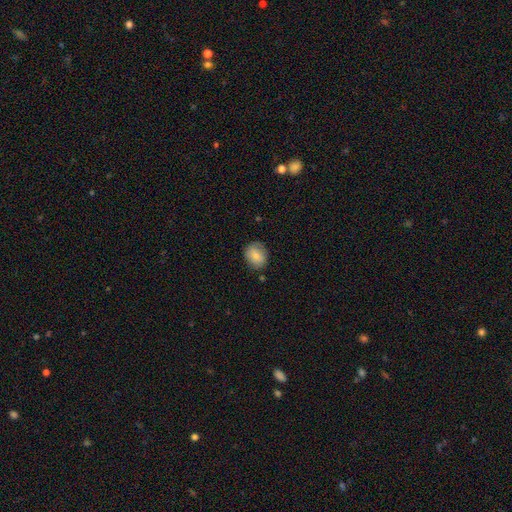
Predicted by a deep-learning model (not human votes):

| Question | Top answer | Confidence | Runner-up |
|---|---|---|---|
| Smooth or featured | smooth | 78% | featured or disk (14%) |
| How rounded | round | 59% | in between (40%) |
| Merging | none | 78% | minor disturbance (16%) |